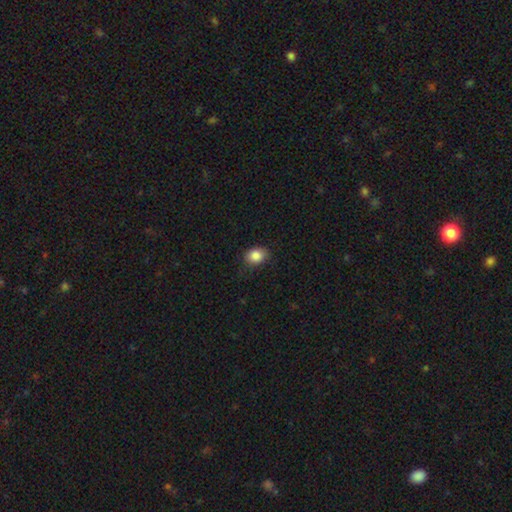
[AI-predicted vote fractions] Smooth or featured: smooth — 86% (star or artifact — 9%)
How rounded: in between — 54% (round — 45%)
Merging: none — 74% (minor disturbance — 21%)